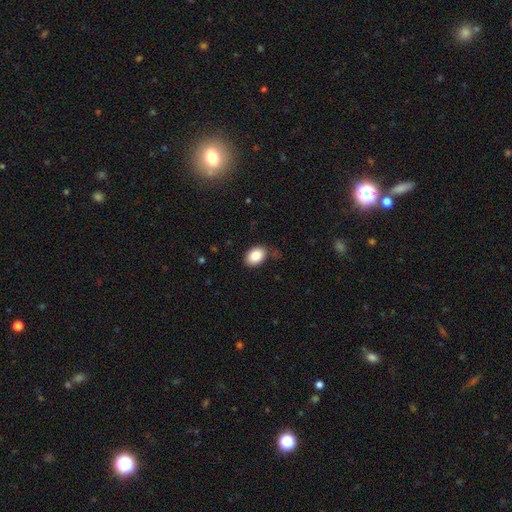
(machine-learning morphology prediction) This is clearly a smooth galaxy (87%). How rounded: clearly in between (81%). Merging: likely none (79%).